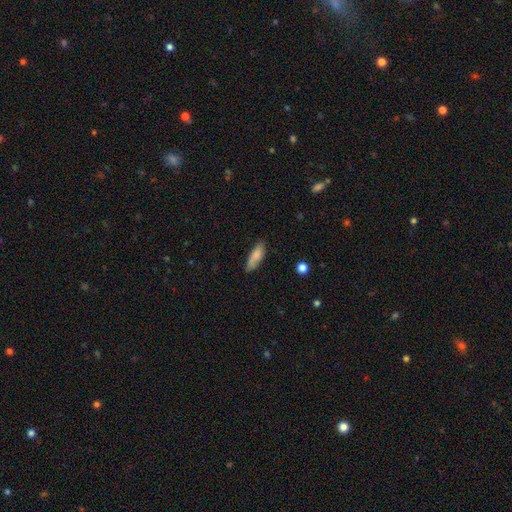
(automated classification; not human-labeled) This appears to be a smooth galaxy with no disk features (82%) that is in between round and cigar-shaped (56%). Merging: none (71%).